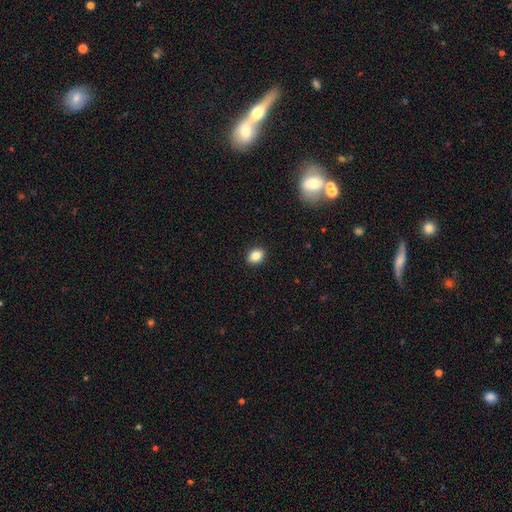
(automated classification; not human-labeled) smooth-or-featured: smooth: 85% | star or artifact: 9% | featured or disk: 6%
  how-rounded: in between: 58% | round: 41% | cigar-shaped: 1%
  merging: none: 91% | minor disturbance: 6% | major disturbance: 2% | merger: 1%